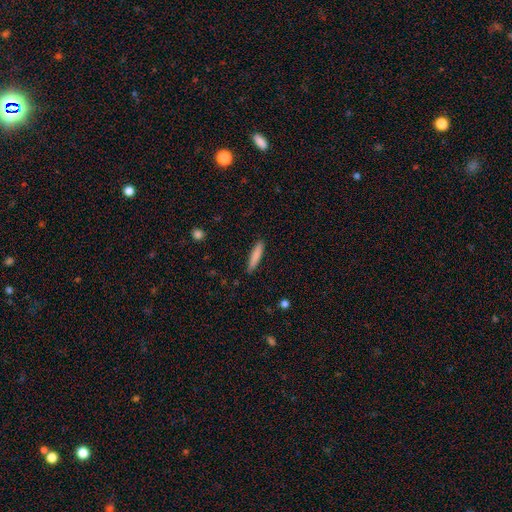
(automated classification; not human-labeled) Overall: smooth (81%). How rounded: cigar-shaped (89%). Merging: none (86%).